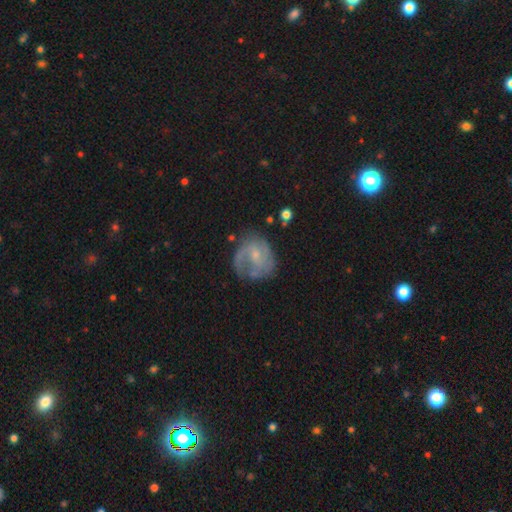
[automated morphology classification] smooth_or_featured: featured or disk (p=0.68) [alt: smooth p=0.24]
disk_edge_on: no (p=0.98) [alt: yes p=0.02]
bar: no (p=0.53) [alt: weak p=0.40]
has_spiral_arms: yes (p=0.78) [alt: no p=0.22]
spiral_winding: medium (p=0.42) [alt: tight p=0.30]
spiral_arm_count: 2 (p=0.38) [alt: can't tell p=0.26]
bulge_size: small (p=0.62) [alt: moderate p=0.26]
merging: none (p=0.54) [alt: minor disturbance p=0.24]